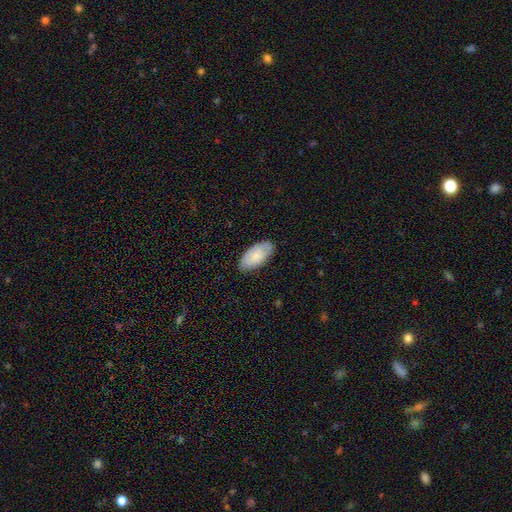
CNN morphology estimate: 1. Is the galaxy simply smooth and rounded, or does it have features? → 77% smooth, 18% featured or disk, 6% star or artifact.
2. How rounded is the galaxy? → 94% in between, 4% cigar-shaped, 2% round.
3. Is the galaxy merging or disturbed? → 81% none, 15% minor disturbance, 3% major disturbance, 1% merger.